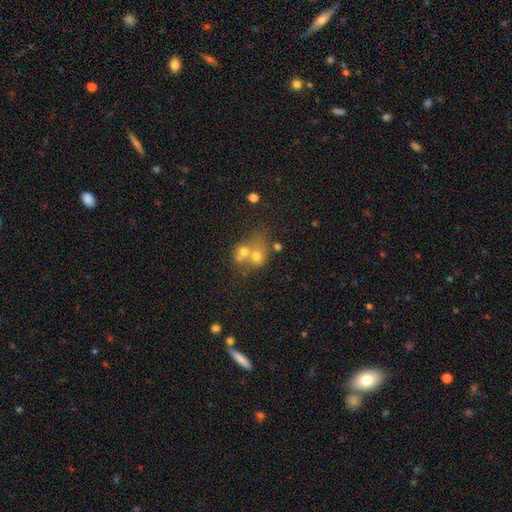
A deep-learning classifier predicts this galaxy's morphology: Smooth or featured: smooth — 54% (featured or disk — 27%)
How rounded: round — 69% (in between — 30%)
Merging: merger — 60% (none — 28%)